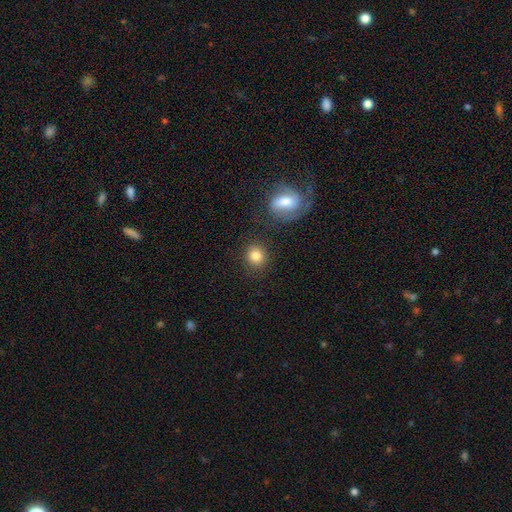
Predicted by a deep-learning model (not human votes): smooth-or-featured: smooth: 84% | star or artifact: 9% | featured or disk: 7%
  how-rounded: round: 80% | in between: 19% | cigar-shaped: 1%
  merging: none: 81% | minor disturbance: 9% | merger: 7% | major disturbance: 4%